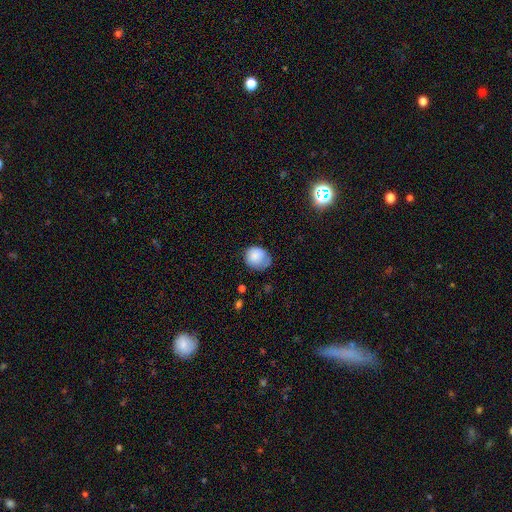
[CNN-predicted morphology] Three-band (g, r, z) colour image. It shows a smooth galaxy with no disk features (81%) that is round (63%). Merging: none (52%).